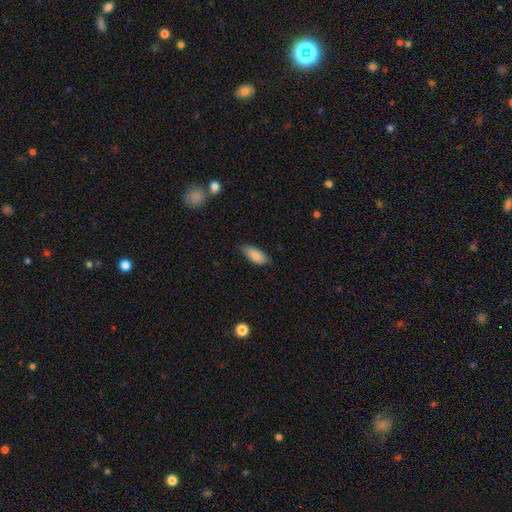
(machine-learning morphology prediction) type=smooth (84%); roundness=in between (86%); merging=none (74%).